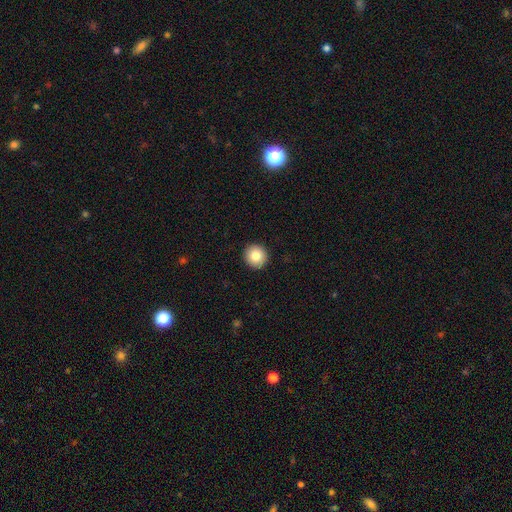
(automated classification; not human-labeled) Smooth or featured?
  - smooth: 83% *
  - star or artifact: 9%
  - featured or disk: 9%
How rounded?
  - round: 95% *
  - in between: 4%
  - cigar-shaped: 1%
Merging?
  - none: 93% *
  - minor disturbance: 4%
  - major disturbance: 1%
  - merger: 1%